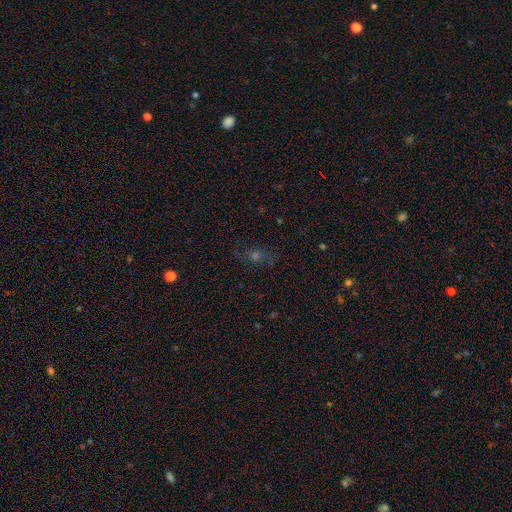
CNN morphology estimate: The model was most divided on "smooth or featured": star or artifact: 38%, smooth: 33%, featured or disk: 28%.